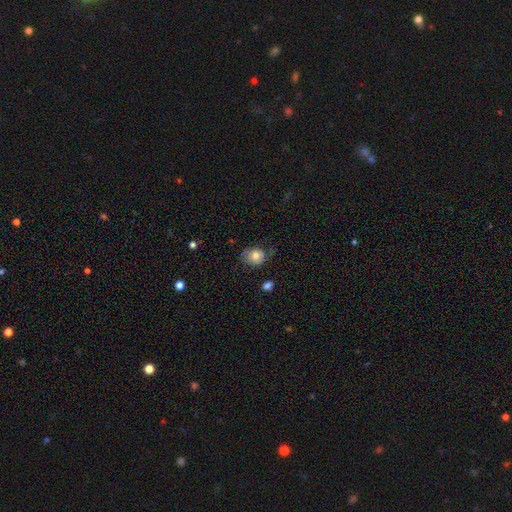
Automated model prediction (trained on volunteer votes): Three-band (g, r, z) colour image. It shows a smooth galaxy with no disk features (74%) that is round (58%). Merging: none (59%).